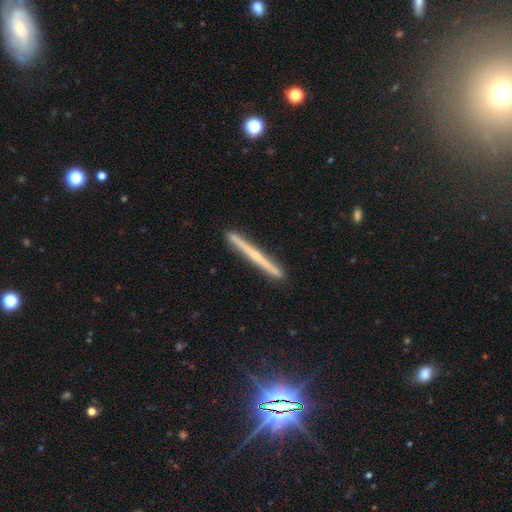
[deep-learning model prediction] Smooth or featured? Predicted: featured or disk (p=0.67). Edge-on disk? Predicted: yes (p=0.98). Edge-on bulge? Predicted: none (p=0.49). Merging? Predicted: none (p=0.90).